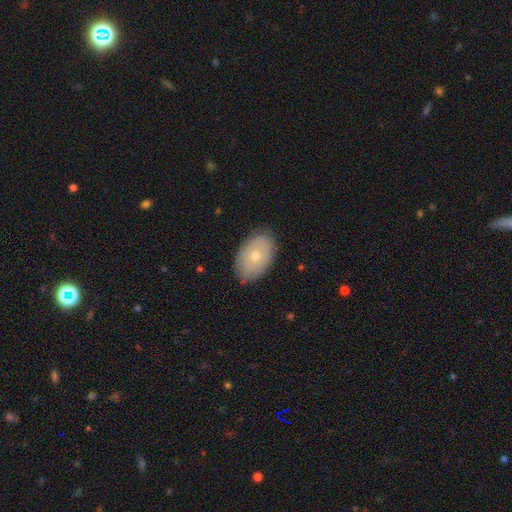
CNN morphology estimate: Smooth or featured?
  - smooth: 57% *
  - featured or disk: 35%
  - star or artifact: 7%
How rounded?
  - in between: 87% *
  - round: 12%
  - cigar-shaped: 1%
Merging?
  - none: 82% *
  - minor disturbance: 14%
  - major disturbance: 3%
  - merger: 1%